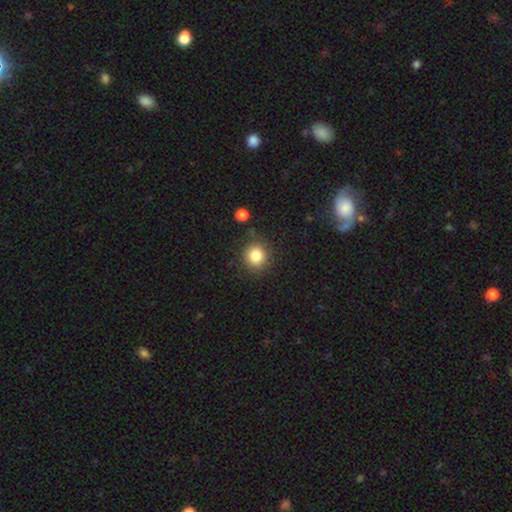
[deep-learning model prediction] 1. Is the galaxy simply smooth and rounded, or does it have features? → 83% smooth, 11% star or artifact, 6% featured or disk.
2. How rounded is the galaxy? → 89% round, 10% in between, 1% cigar-shaped.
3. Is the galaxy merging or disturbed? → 85% none, 9% minor disturbance, 3% major disturbance, 3% merger.